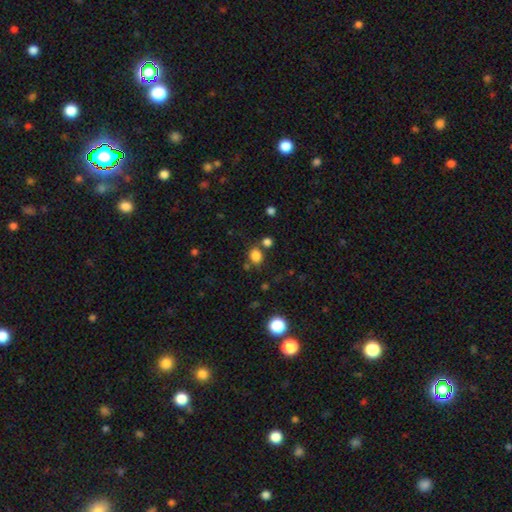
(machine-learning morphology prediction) This appears to be a smooth galaxy with no disk features (82%) that is round (58%). Merging: none (70%).